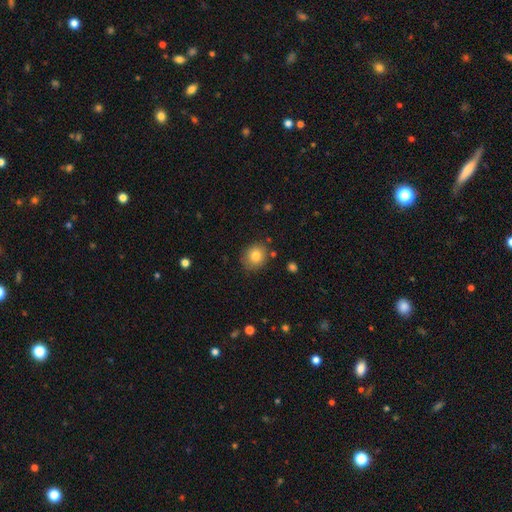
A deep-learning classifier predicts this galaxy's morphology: smooth 81%, star or artifact 10%, featured or disk 9%. Down the decision tree: how rounded — round (71%); merging — none (82%).